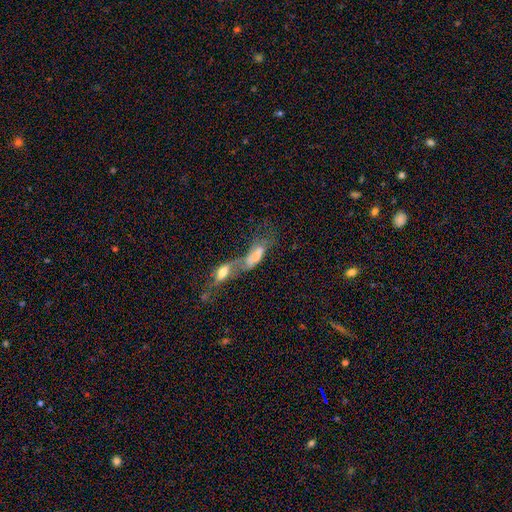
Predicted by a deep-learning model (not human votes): Q: Smooth or featured?
A: smooth (53%); runner-up: featured or disk (37%)
Q: How rounded?
A: in between (66%); runner-up: cigar-shaped (30%)
Q: Merging?
A: merger (75%); runner-up: major disturbance (11%)